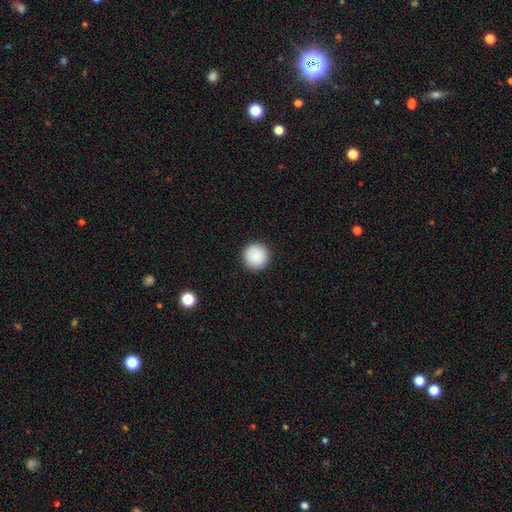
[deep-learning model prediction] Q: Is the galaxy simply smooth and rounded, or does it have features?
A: smooth — 88%.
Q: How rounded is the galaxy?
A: round — 96%.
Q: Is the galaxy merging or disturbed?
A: none — 92%.